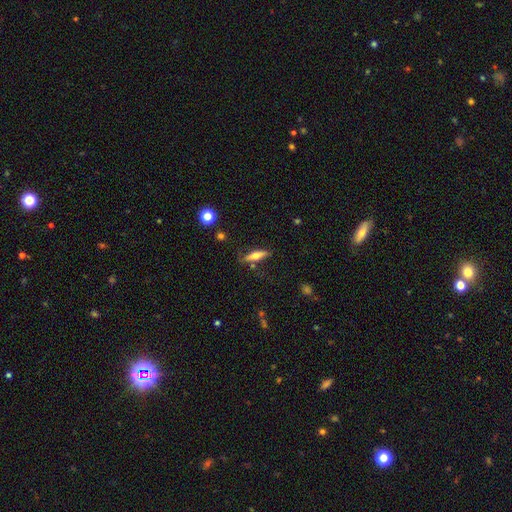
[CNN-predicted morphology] smooth_or_featured: smooth (p=0.49) [alt: featured or disk p=0.44]
merging: none (p=0.76) [alt: minor disturbance p=0.16]